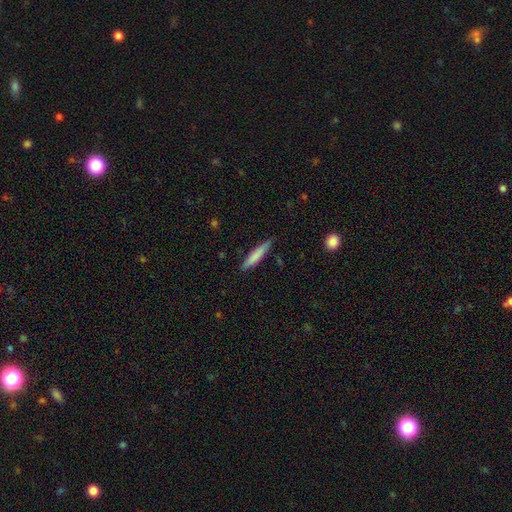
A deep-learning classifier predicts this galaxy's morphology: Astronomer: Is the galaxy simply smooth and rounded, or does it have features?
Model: smooth — 77%.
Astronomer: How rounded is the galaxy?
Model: cigar-shaped — 90%.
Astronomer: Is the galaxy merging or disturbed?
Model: none — 85%.